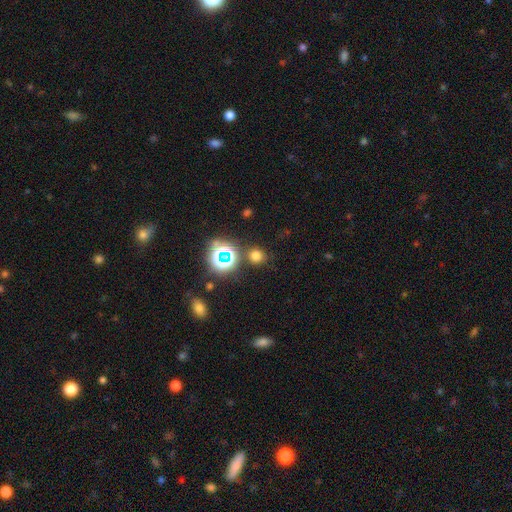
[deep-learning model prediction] A smooth galaxy with no disk features (66%) that is round (88%).

Vote fractions:
- Smooth or featured? smooth: 66% / star or artifact: 28% / featured or disk: 6%
- How rounded? round: 88% / in between: 11% / cigar-shaped: 1%
- Merging? none: 82% / minor disturbance: 9% / merger: 6% / major disturbance: 4%